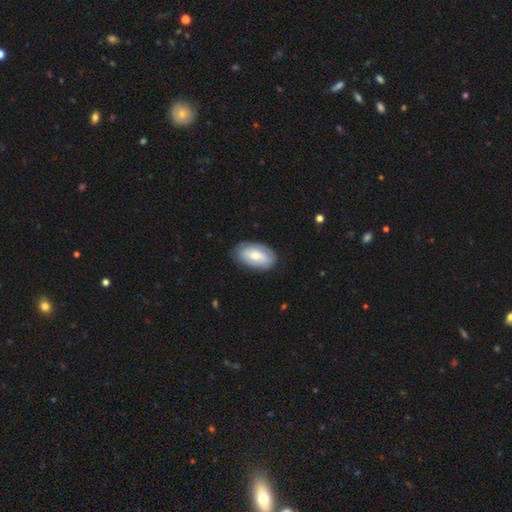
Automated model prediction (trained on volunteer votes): This appears to be a smooth galaxy with no disk features (67%) that is in between round and cigar-shaped (94%). Merging: none (83%).